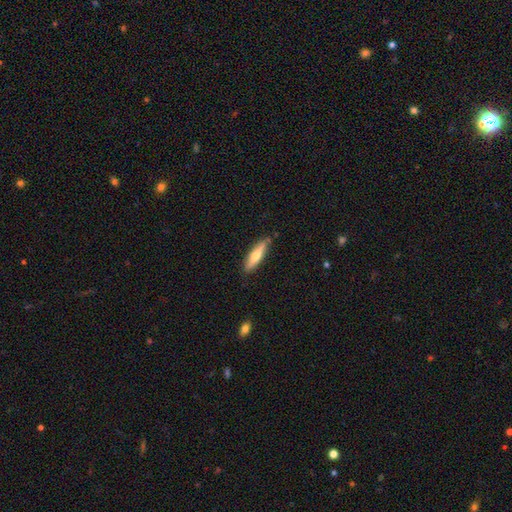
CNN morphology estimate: Q: Smooth or featured?
A: smooth (56%); runner-up: featured or disk (38%)
Q: How rounded?
A: cigar-shaped (70%); runner-up: in between (28%)
Q: Merging?
A: none (84%); runner-up: minor disturbance (12%)